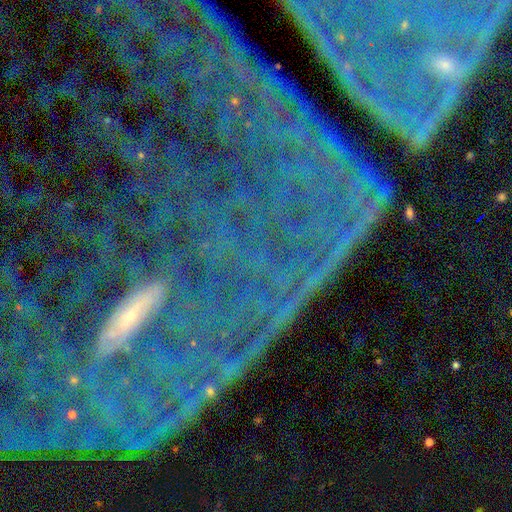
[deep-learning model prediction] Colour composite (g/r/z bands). It shows a star or artifact, not a galaxy (72%).